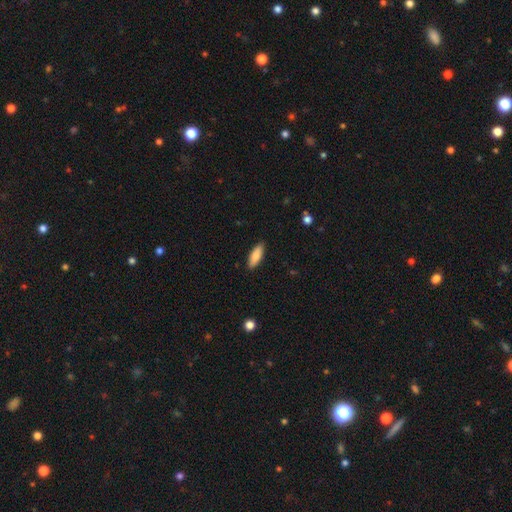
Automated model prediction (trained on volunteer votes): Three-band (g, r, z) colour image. It shows a smooth galaxy with no disk features (82%) that is in between round and cigar-shaped (64%). Merging: none (89%).